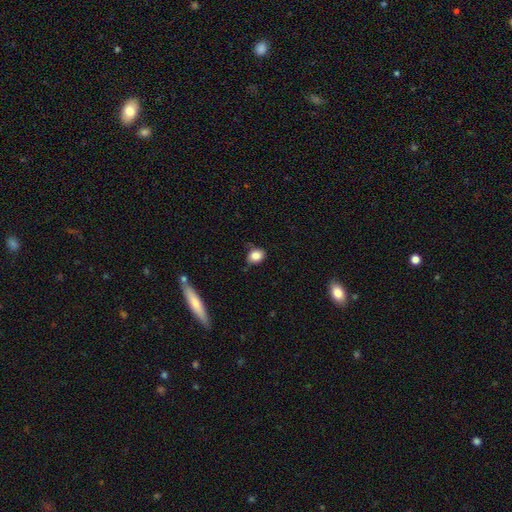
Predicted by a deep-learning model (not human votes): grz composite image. It shows a smooth galaxy with no disk features (85%) that is in between round and cigar-shaped (53%). Merging: none (71%).